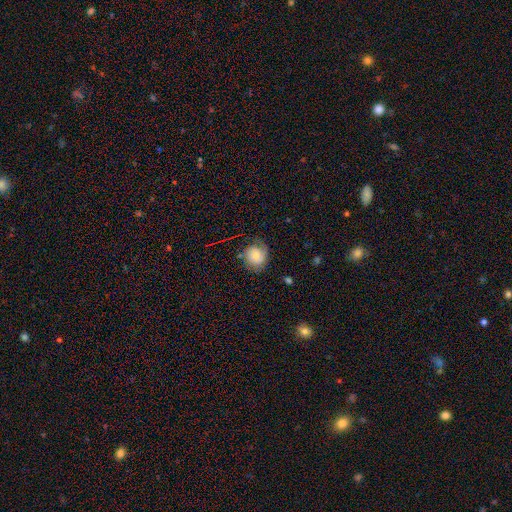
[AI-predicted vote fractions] smooth_or_featured: smooth (p=0.48) [alt: featured or disk p=0.43]
merging: none (p=0.61) [alt: minor disturbance p=0.24]